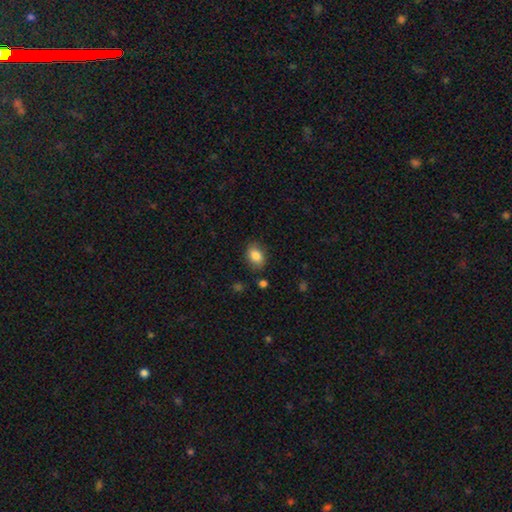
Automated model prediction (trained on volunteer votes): Smooth or featured?
  - smooth: 84% *
  - star or artifact: 8%
  - featured or disk: 8%
How rounded?
  - in between: 79% *
  - round: 20%
  - cigar-shaped: 1%
Merging?
  - none: 81% *
  - minor disturbance: 13%
  - major disturbance: 3%
  - merger: 2%